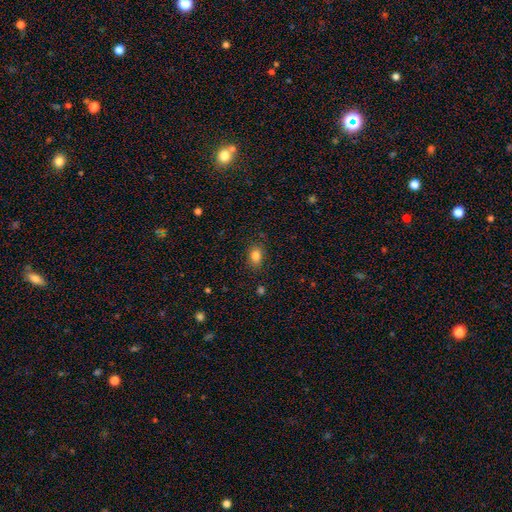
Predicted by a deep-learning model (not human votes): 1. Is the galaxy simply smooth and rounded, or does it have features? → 83% smooth, 10% star or artifact, 6% featured or disk.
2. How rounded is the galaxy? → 75% in between, 23% round, 1% cigar-shaped.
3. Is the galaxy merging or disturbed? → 84% none, 12% minor disturbance, 3% major disturbance, 1% merger.